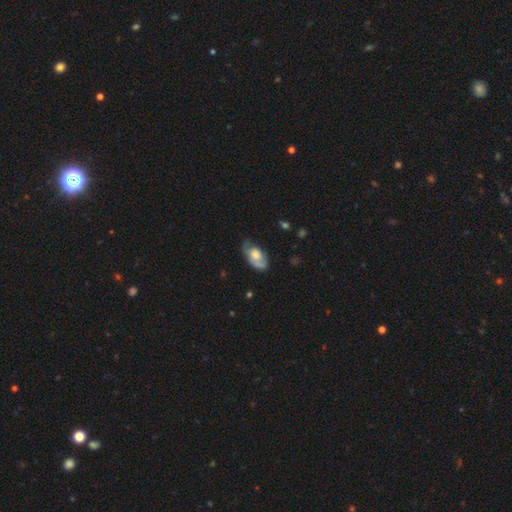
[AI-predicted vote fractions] featured or disk 47%, smooth 46%, star or artifact 7%. Down the decision tree: merging — none (49%).